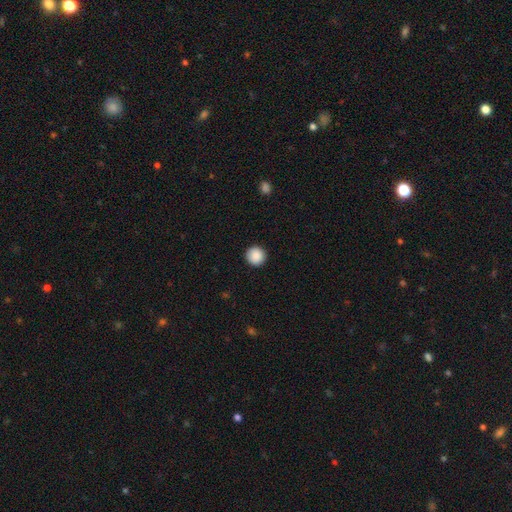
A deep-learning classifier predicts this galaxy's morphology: The model was most divided on "smooth or featured": smooth: 89%, star or artifact: 8%, featured or disk: 3%. More confident: how rounded — round (95%); merging — none (92%).